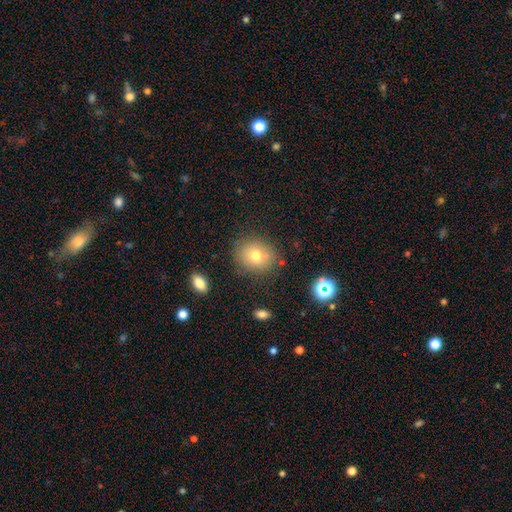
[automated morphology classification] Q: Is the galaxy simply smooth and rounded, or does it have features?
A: smooth — 75%.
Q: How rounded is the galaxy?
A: round — 65%.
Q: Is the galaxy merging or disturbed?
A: none — 80%.